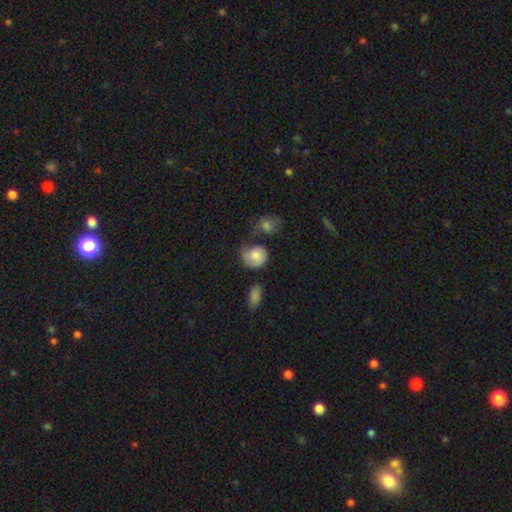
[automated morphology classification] Overall: smooth (76%). How rounded: round (65%; in between 34%). Merging: none (36%; minor disturbance 28%).